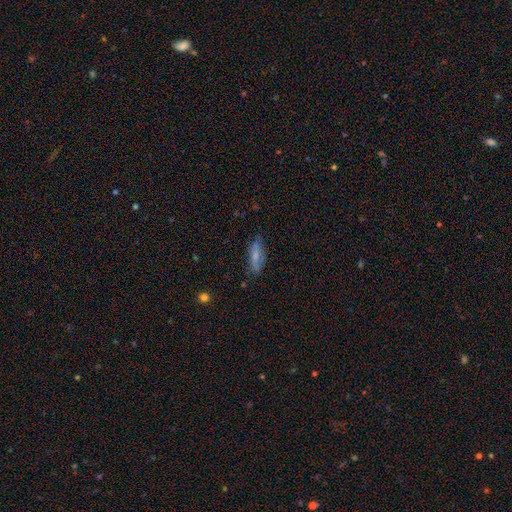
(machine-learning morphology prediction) type=smooth (61%); roundness=in between (53%); merging=none (70%).